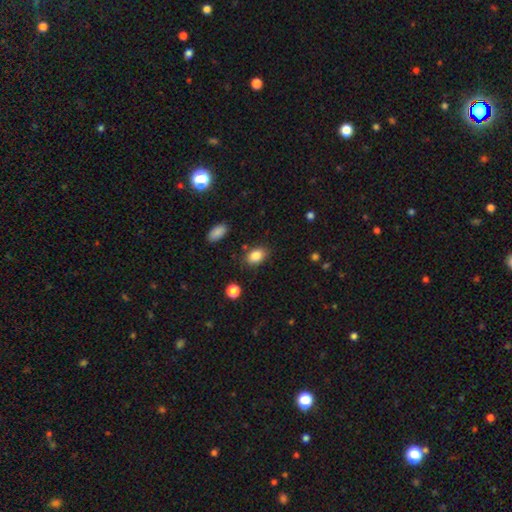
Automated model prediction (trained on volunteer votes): The model was most divided on "how rounded": in between: 80%, round: 19%, cigar-shaped: 1%. More confident: smooth or featured — smooth (85%); merging — none (81%).